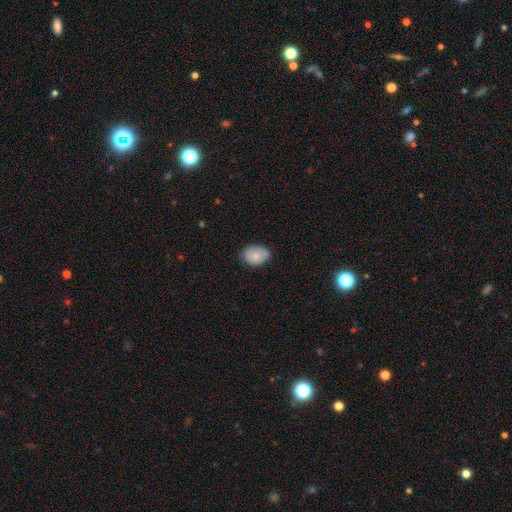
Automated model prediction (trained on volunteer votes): smooth 82%, featured or disk 11%, star or artifact 7%. Down the decision tree: how rounded — in between (75%); merging — none (76%).